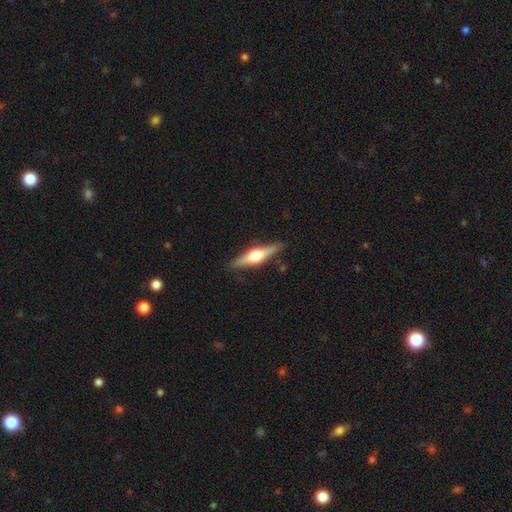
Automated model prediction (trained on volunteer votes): This appears to be a featured or disk galaxy (65%) viewed edge-on (97%) with a rounded central bulge (93%). Merging: none (87%).